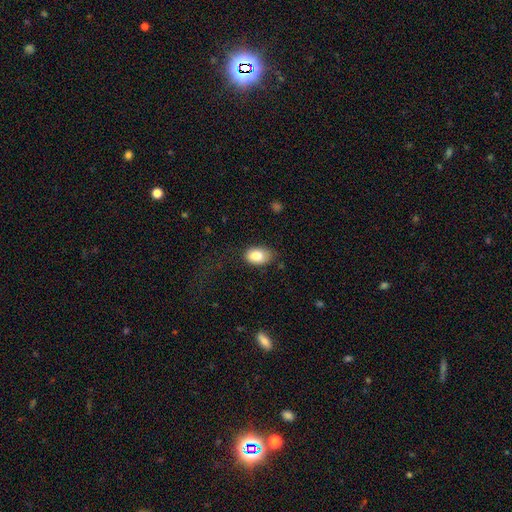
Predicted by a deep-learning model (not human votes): smooth 86%, star or artifact 7%, featured or disk 7%. Down the decision tree: how rounded — in between (89%); merging — none (73%).